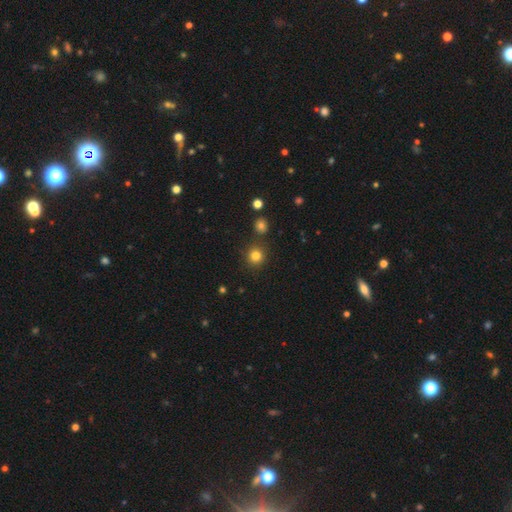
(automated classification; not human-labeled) smooth-or-featured: smooth: 81% | star or artifact: 13% | featured or disk: 5%
  how-rounded: round: 91% | in between: 8% | cigar-shaped: 1%
  merging: none: 84% | minor disturbance: 8% | merger: 6% | major disturbance: 2%